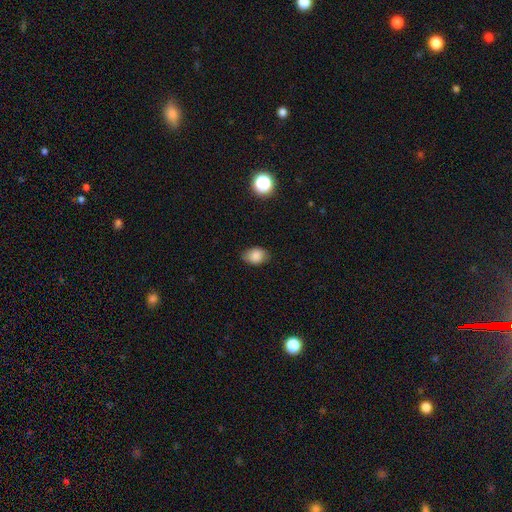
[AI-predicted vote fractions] The model was most divided on "how rounded": in between: 73%, round: 25%, cigar-shaped: 1%. More confident: smooth or featured — smooth (85%); merging — none (77%).